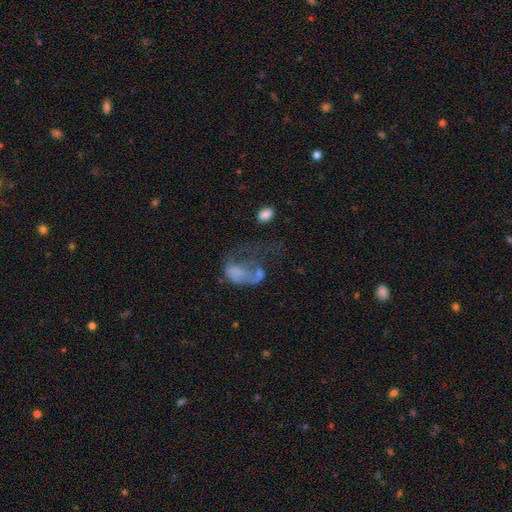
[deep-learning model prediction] A featured or disk galaxy (43%).

Vote fractions:
- Smooth or featured? featured or disk: 43% / star or artifact: 30% / smooth: 27%
- Merging? major disturbance: 42% / none: 24% / merger: 21% / minor disturbance: 13%